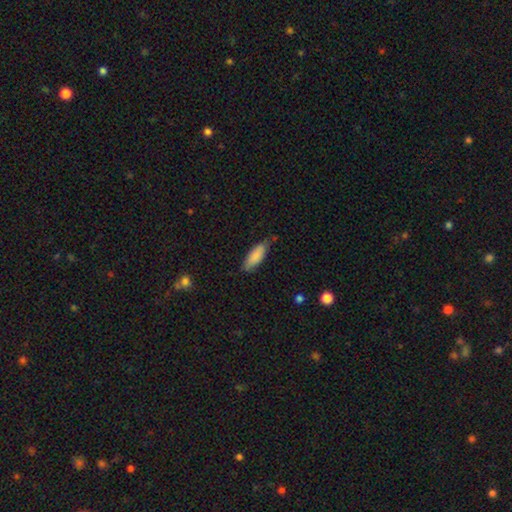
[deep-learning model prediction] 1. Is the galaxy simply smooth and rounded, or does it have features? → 85% smooth, 10% featured or disk, 6% star or artifact.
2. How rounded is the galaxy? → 66% in between, 32% cigar-shaped, 2% round.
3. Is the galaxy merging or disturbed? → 72% none, 23% minor disturbance, 3% major disturbance, 2% merger.